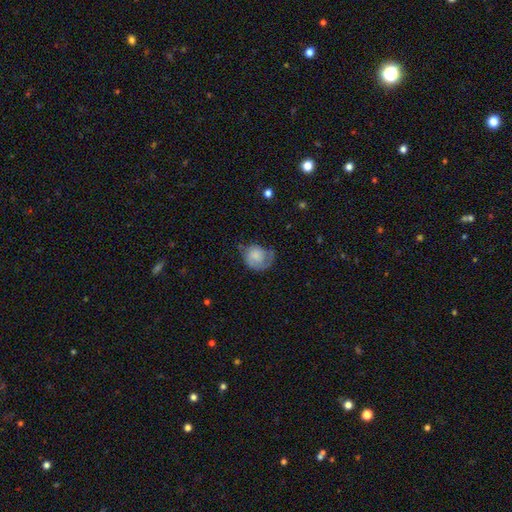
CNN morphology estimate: This appears to be a smooth galaxy with no disk features (64%) that is round (64%). Merging: minor disturbance (37%, tied with none).